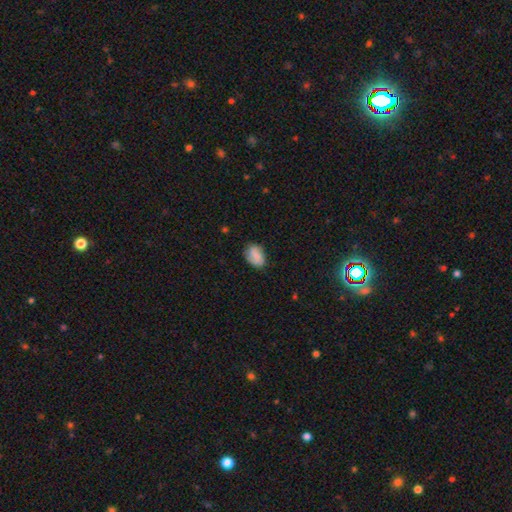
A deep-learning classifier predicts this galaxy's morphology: A smooth galaxy with no disk features (76%) that is in between round and cigar-shaped (85%). Merging: none (74%).